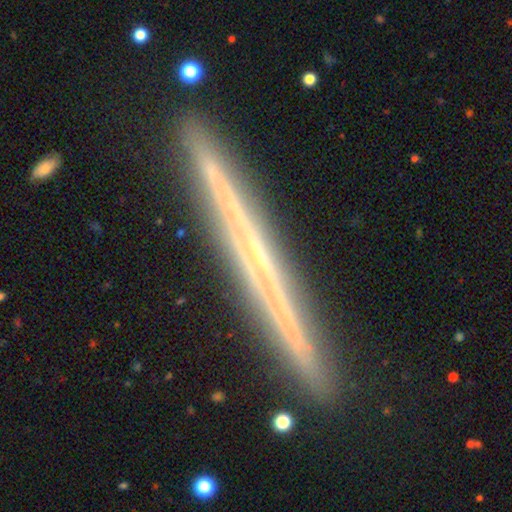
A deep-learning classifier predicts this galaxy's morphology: This is likely a featured or disk galaxy (79%). It is clearly viewed edge-on (98%). Edge-on bulge: likely none (66%). Merging: clearly none (91%).